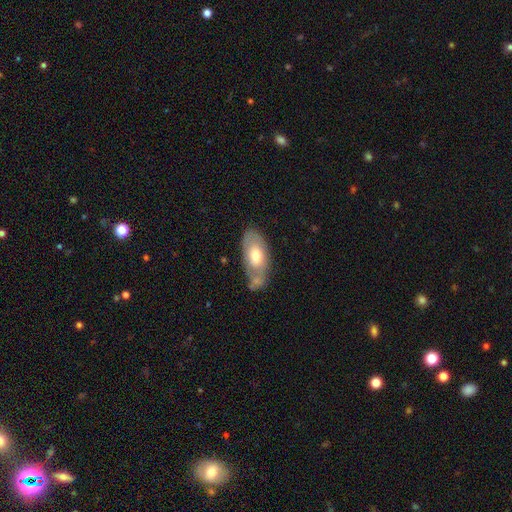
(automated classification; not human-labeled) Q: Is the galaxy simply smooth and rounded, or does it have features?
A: smooth — 57%.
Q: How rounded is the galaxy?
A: in between — 91%.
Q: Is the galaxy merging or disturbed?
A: none — 56%.